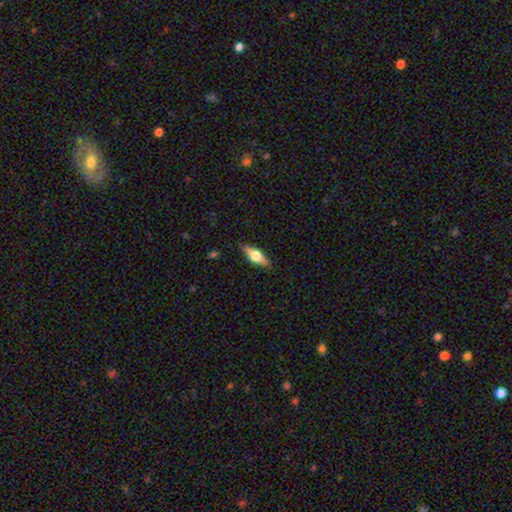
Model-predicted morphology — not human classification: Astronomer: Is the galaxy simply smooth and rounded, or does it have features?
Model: featured or disk — 56% (runner-up: smooth, 37%).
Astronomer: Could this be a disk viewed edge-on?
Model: yes — 94%.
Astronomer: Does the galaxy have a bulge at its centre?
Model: rounded — 93%.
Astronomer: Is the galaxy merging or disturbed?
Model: none — 87%.